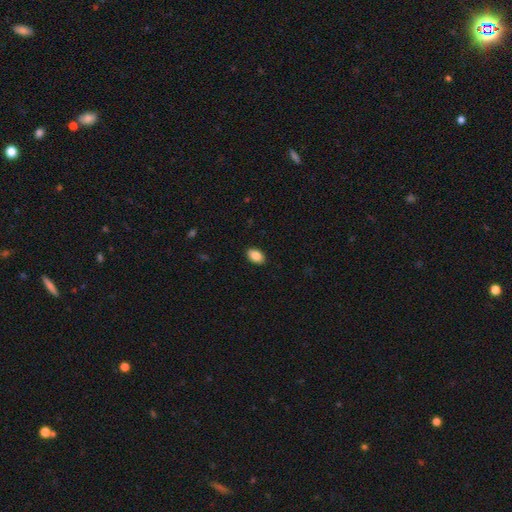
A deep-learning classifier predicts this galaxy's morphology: smooth 87%, star or artifact 7%, featured or disk 6%. Down the decision tree: how rounded — in between (90%); merging — none (90%).